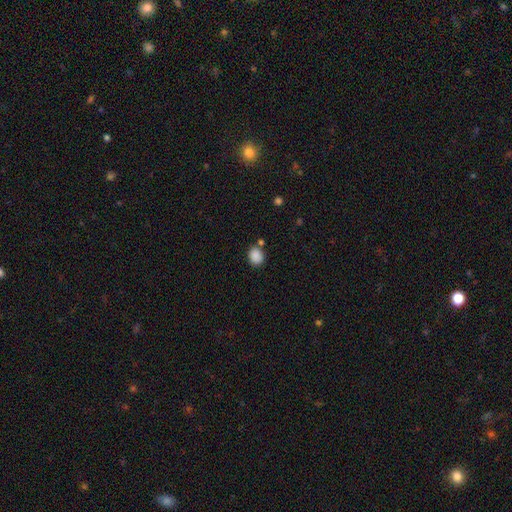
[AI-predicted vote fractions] Smooth or featured?
  - smooth: 87% *
  - star or artifact: 9%
  - featured or disk: 3%
How rounded?
  - round: 63% *
  - in between: 36%
  - cigar-shaped: 1%
Merging?
  - none: 73% *
  - minor disturbance: 13%
  - merger: 11%
  - major disturbance: 4%